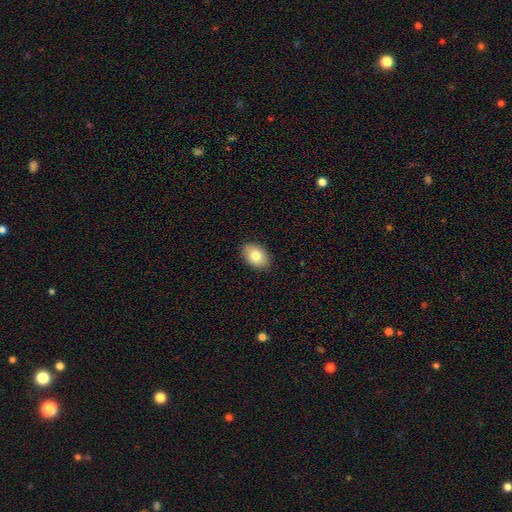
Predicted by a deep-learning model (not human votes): smooth_or_featured: smooth (p=0.80) [alt: featured or disk p=0.12]
how_rounded: in between (p=0.86) [alt: round p=0.13]
merging: none (p=0.89) [alt: minor disturbance p=0.08]